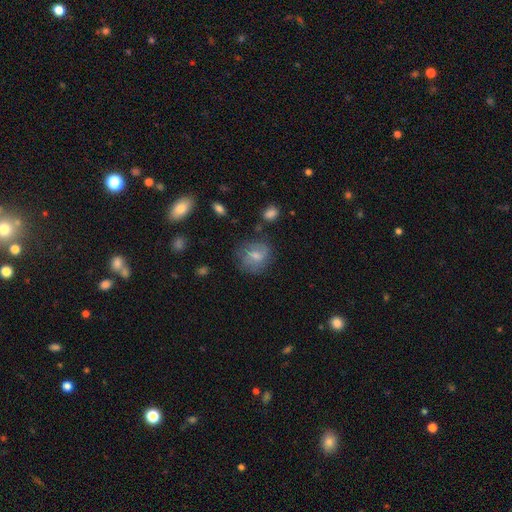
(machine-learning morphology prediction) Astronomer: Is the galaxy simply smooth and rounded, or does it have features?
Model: smooth — 53% (runner-up: featured or disk, 38%).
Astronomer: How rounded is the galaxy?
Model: round — 66%.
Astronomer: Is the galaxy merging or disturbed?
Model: none — 65%.